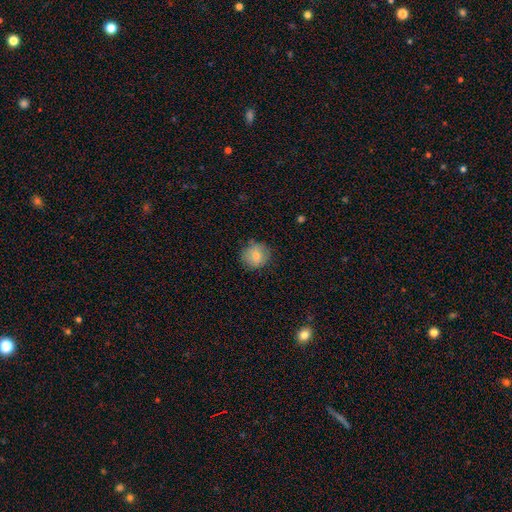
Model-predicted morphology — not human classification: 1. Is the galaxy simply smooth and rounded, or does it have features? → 79% smooth, 12% featured or disk, 9% star or artifact.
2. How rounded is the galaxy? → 88% round, 11% in between, 1% cigar-shaped.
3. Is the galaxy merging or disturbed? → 80% none, 15% minor disturbance, 4% major disturbance, 1% merger.